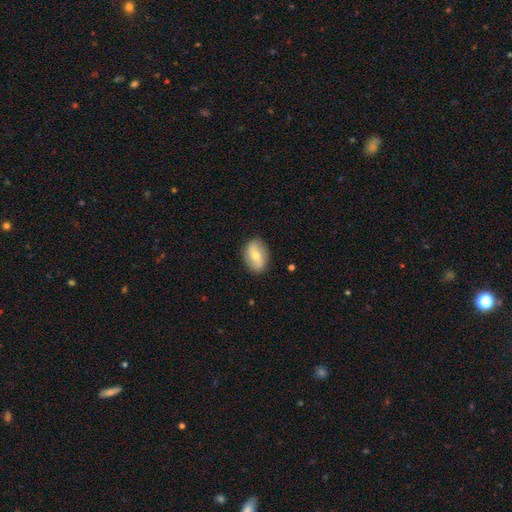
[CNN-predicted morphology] Overall: smooth (55%; featured or disk 39%). How rounded: in between (78%). Merging: none (85%).